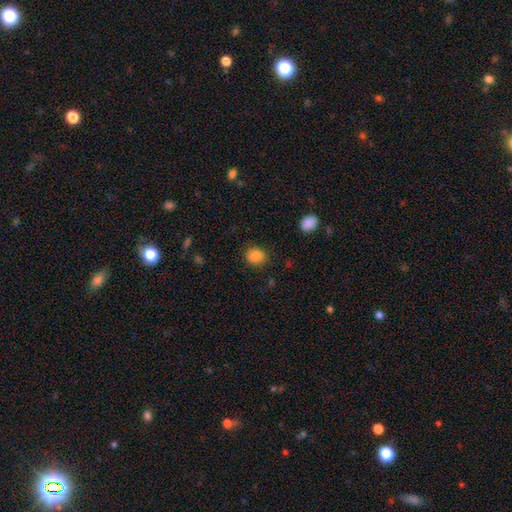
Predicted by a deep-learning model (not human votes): Smooth or featured? Predicted: smooth (p=0.87). How rounded? Predicted: round (p=0.71). Merging? Predicted: none (p=0.85).